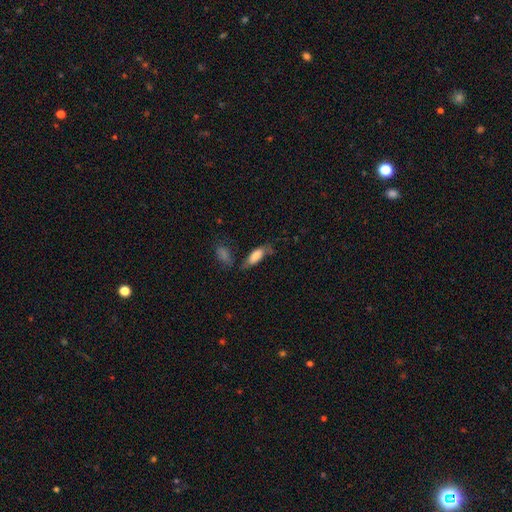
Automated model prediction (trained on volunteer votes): Smooth or featured: smooth — 76% (featured or disk — 16%)
How rounded: in between — 78% (cigar-shaped — 20%)
Merging: none — 50% (minor disturbance — 27%)